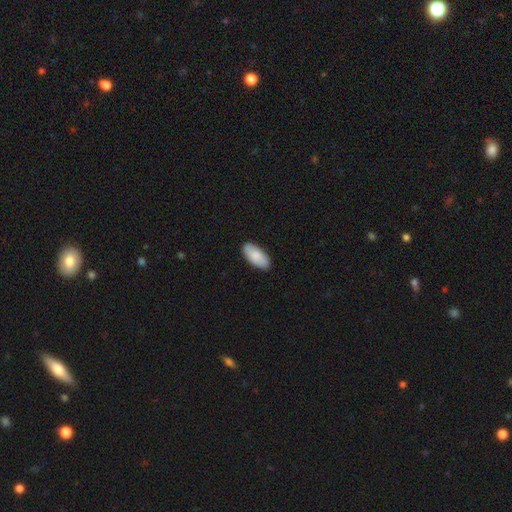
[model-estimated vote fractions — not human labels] Smooth or featured?
  - smooth: 86% *
  - featured or disk: 9%
  - star or artifact: 5%
How rounded?
  - in between: 91% *
  - cigar-shaped: 7%
  - round: 2%
Merging?
  - none: 89% *
  - minor disturbance: 9%
  - major disturbance: 2%
  - merger: 1%